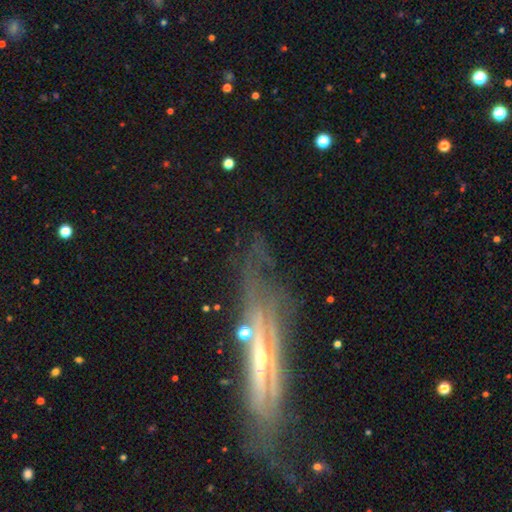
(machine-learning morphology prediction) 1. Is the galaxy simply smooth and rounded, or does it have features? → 69% featured or disk, 17% star or artifact, 15% smooth.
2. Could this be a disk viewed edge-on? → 62% yes, 38% no.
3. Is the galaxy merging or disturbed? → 66% none, 19% minor disturbance, 11% major disturbance, 4% merger.